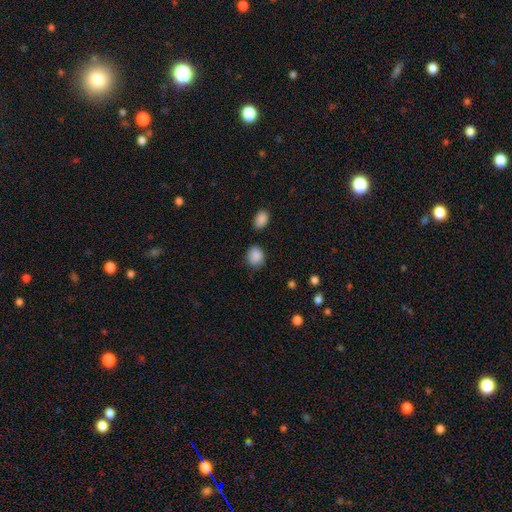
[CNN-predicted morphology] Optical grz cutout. It shows a smooth galaxy with no disk features (88%) that is round (59%). Merging: none (75%).